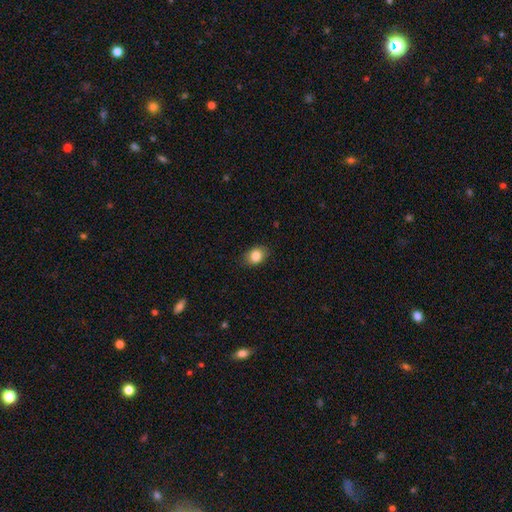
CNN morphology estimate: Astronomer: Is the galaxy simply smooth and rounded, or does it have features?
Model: smooth — 85%.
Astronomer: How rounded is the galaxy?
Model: in between — 59% (runner-up: round, 40%).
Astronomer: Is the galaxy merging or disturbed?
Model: none — 83%.